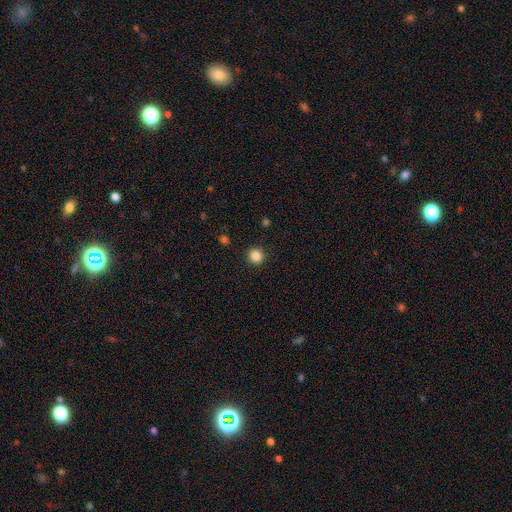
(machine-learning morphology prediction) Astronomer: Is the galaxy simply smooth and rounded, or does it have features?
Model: smooth — 86%.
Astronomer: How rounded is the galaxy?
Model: round — 91%.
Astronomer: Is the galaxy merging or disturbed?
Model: none — 91%.